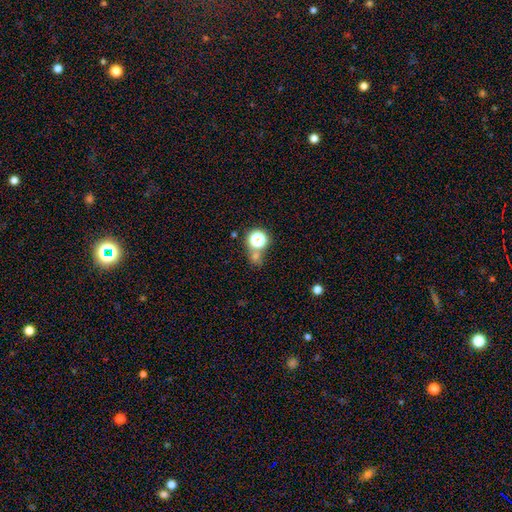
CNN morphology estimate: Smooth or featured? Predicted: star or artifact (p=0.49).